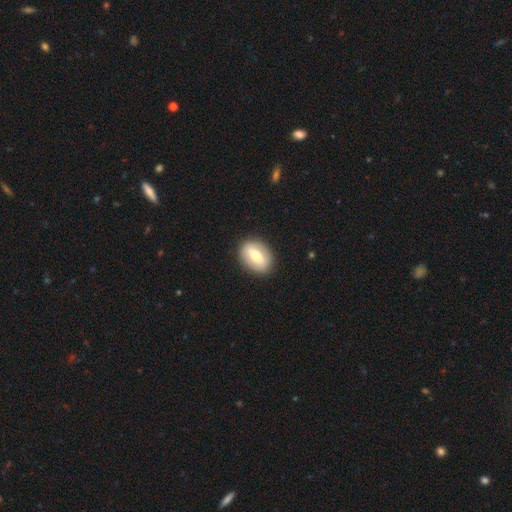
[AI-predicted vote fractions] Smooth or featured: smooth — 53% (featured or disk — 40%)
How rounded: in between — 76% (round — 22%)
Merging: none — 87% (minor disturbance — 9%)